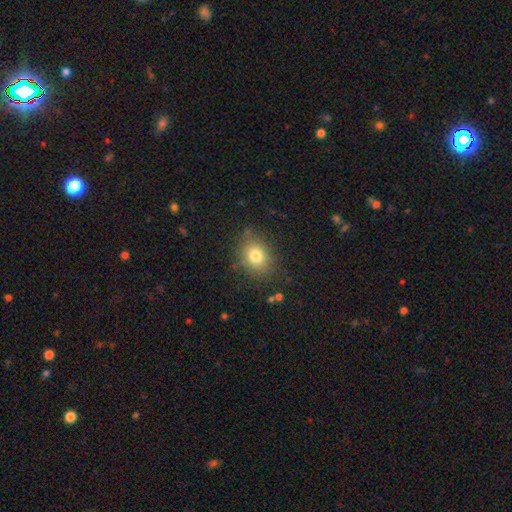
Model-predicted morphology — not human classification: A smooth galaxy with no disk features (79%) that is round (52%). Merging: none (83%).